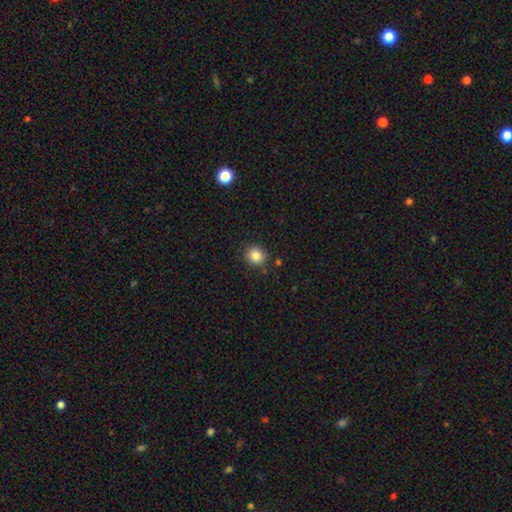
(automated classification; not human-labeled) A smooth galaxy with no disk features (84%) that is round (85%).

Vote fractions:
- Smooth or featured? smooth: 84% / star or artifact: 11% / featured or disk: 5%
- How rounded? round: 85% / in between: 14% / cigar-shaped: 1%
- Merging? none: 87% / minor disturbance: 8% / merger: 3% / major disturbance: 2%